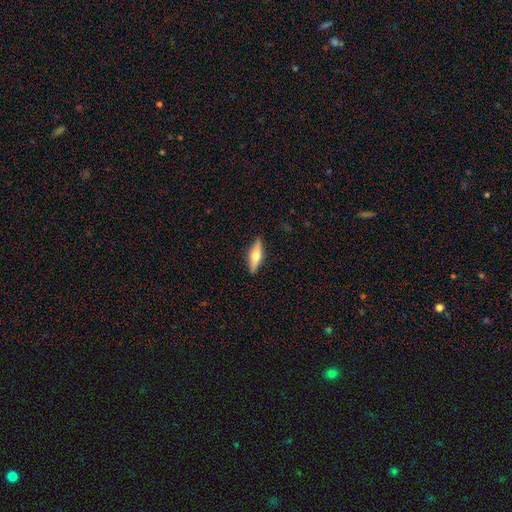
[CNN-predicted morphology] The model was most divided on "smooth or featured": featured or disk: 51%, smooth: 42%, star or artifact: 6%. More confident: edge-on disk — yes (93%); merging — none (89%).